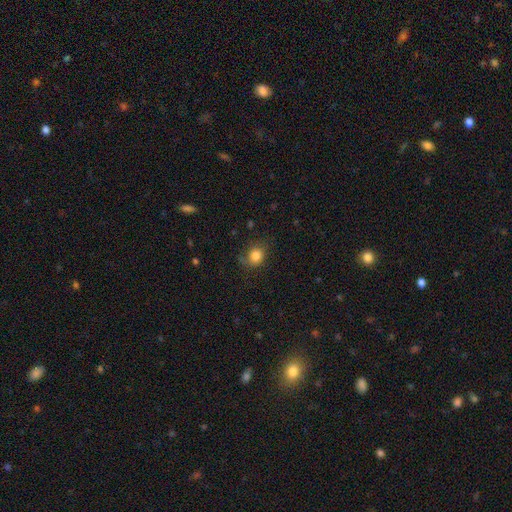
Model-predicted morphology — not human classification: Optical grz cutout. It shows a smooth galaxy with no disk features (82%) that is round (63%). Merging: none (71%).